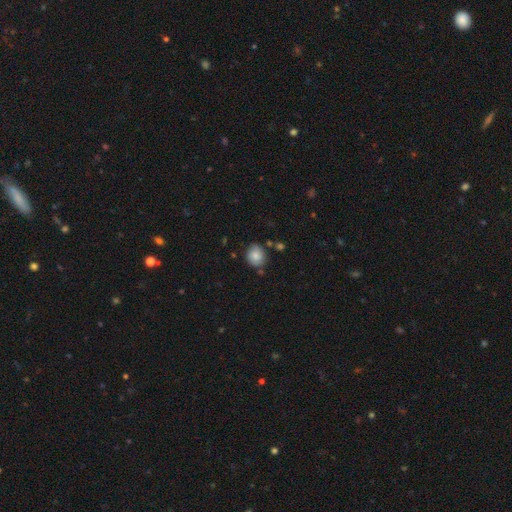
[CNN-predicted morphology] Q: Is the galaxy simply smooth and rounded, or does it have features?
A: smooth — 83%.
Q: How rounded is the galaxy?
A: round — 73%.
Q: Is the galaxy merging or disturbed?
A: none — 78%.